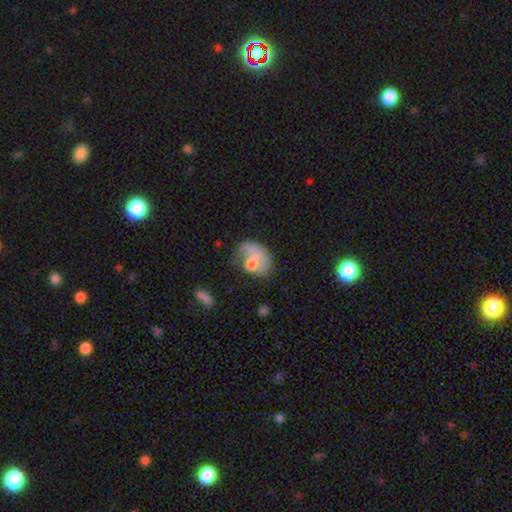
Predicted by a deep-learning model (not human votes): smooth 51%, featured or disk 39%, star or artifact 9%. Down the decision tree: how rounded — in between (63%); merging — major disturbance (36%).